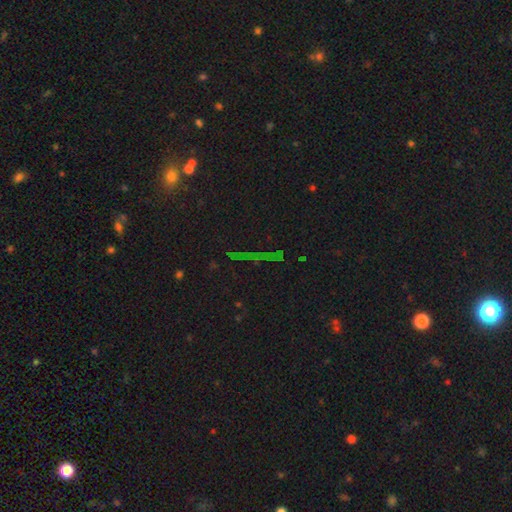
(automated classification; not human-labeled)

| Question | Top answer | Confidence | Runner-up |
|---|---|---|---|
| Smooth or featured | star or artifact | 67% | smooth (19%) |